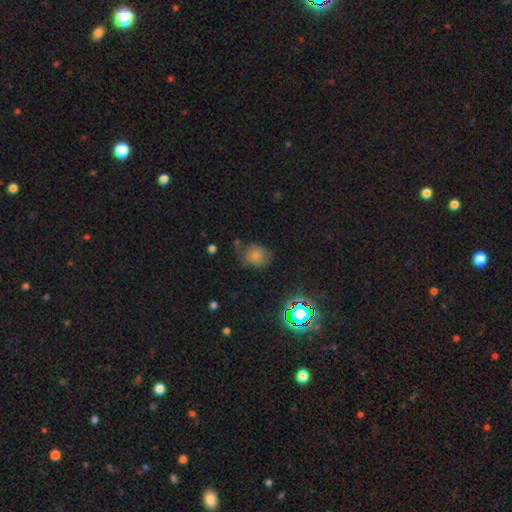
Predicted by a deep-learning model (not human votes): This appears to be a smooth galaxy with no disk features (69%) that is round (56%). Merging: none (62%).